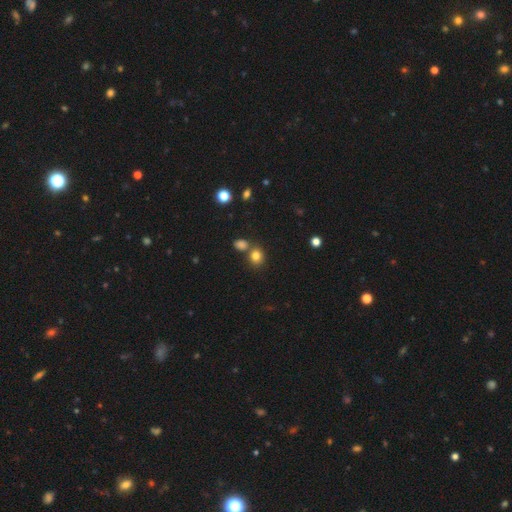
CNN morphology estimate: Smooth or featured?
  - smooth: 81% *
  - star or artifact: 13%
  - featured or disk: 7%
How rounded?
  - round: 64% *
  - in between: 35%
  - cigar-shaped: 1%
Merging?
  - none: 63% *
  - merger: 23%
  - minor disturbance: 10%
  - major disturbance: 4%